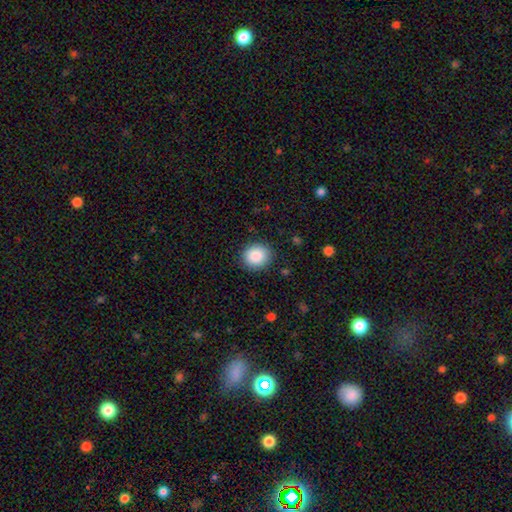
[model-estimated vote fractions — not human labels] Smooth or featured: smooth — 88% (star or artifact — 8%)
How rounded: round — 75% (in between — 24%)
Merging: none — 89% (minor disturbance — 8%)